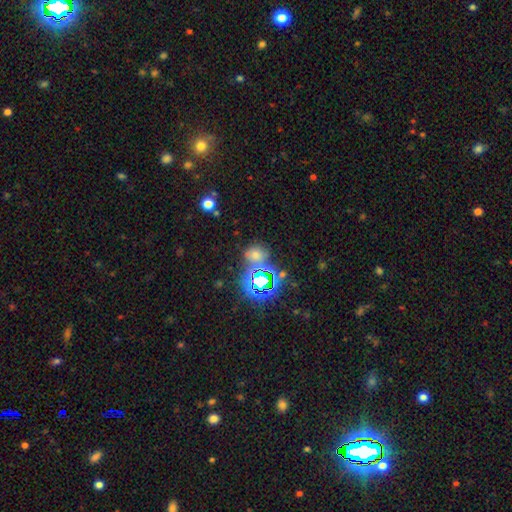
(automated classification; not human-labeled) Smooth or featured: smooth — 46% (star or artifact — 45%)
Merging: none — 67% (minor disturbance — 14%)